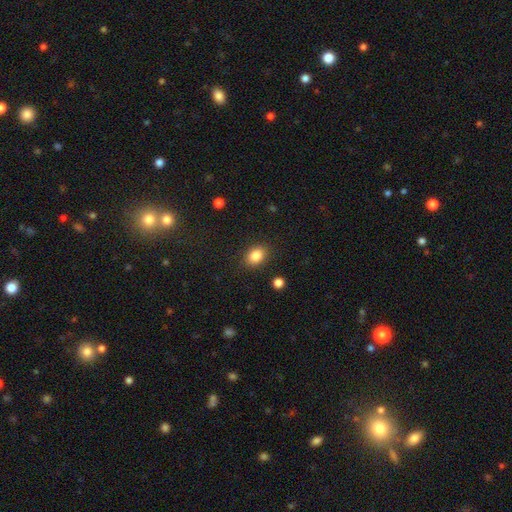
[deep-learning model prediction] smooth_or_featured: smooth (p=0.85) [alt: star or artifact p=0.09]
how_rounded: in between (p=0.67) [alt: round p=0.32]
merging: none (p=0.87) [alt: minor disturbance p=0.09]